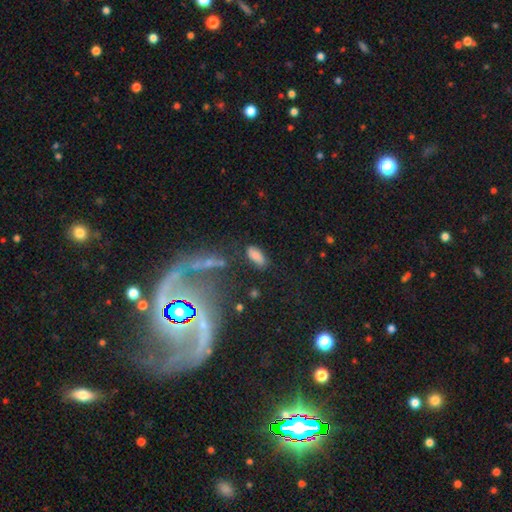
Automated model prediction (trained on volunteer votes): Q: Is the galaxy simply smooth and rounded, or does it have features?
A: smooth — 80%.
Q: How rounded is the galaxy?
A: in between — 85%.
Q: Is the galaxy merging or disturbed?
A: none — 72%.